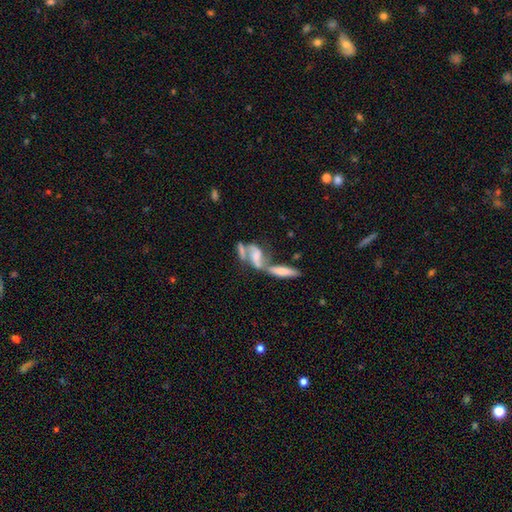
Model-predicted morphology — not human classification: A featured or disk galaxy (60%) with no bar (55%), spiral arms (69%) and no central bulge (41%). Merging: merger (65%).